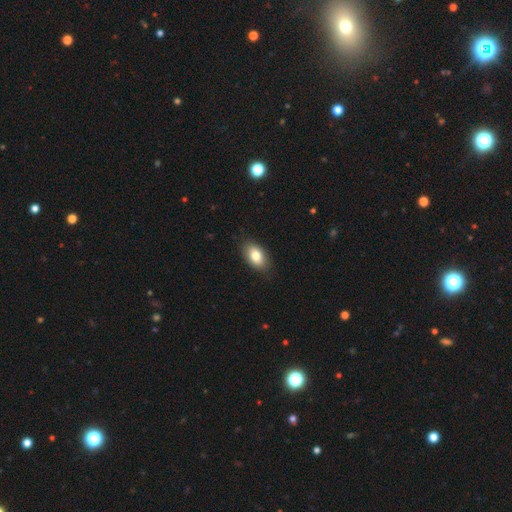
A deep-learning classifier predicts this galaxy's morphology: Q: Smooth or featured?
A: smooth (81%); runner-up: featured or disk (11%)
Q: How rounded?
A: in between (91%); runner-up: round (7%)
Q: Merging?
A: none (87%); runner-up: minor disturbance (10%)